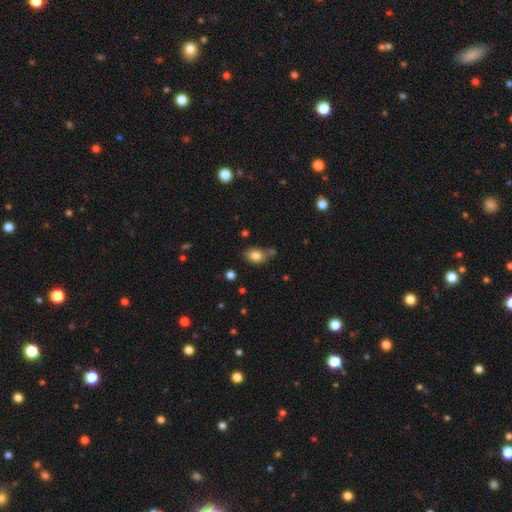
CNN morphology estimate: type=smooth (81%); roundness=in between (69%); merging=none (55%).